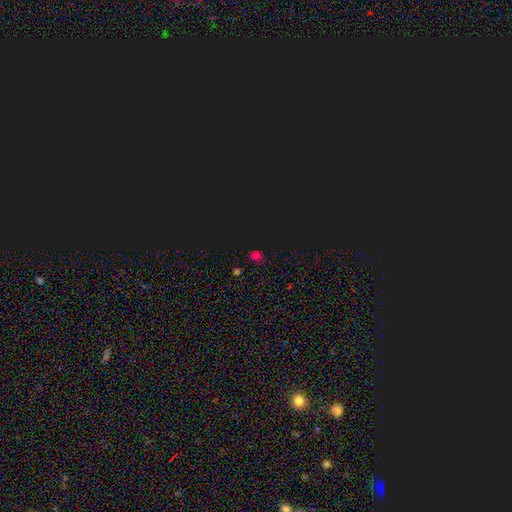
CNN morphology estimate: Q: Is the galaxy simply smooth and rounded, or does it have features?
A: star or artifact — 51%.